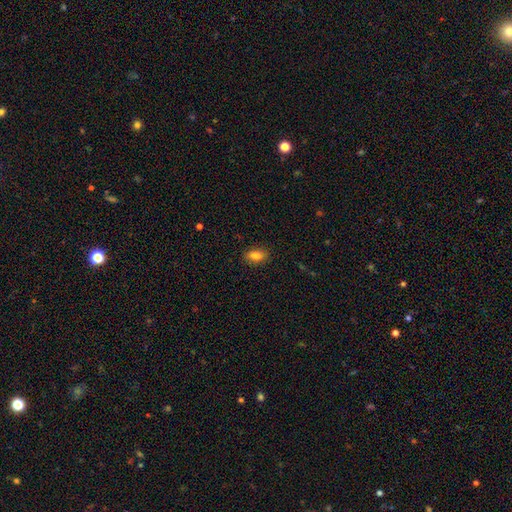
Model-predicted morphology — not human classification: Smooth or featured?
  - smooth: 84% *
  - star or artifact: 9%
  - featured or disk: 7%
How rounded?
  - in between: 88% *
  - round: 8%
  - cigar-shaped: 4%
Merging?
  - none: 87% *
  - minor disturbance: 10%
  - major disturbance: 2%
  - merger: 1%